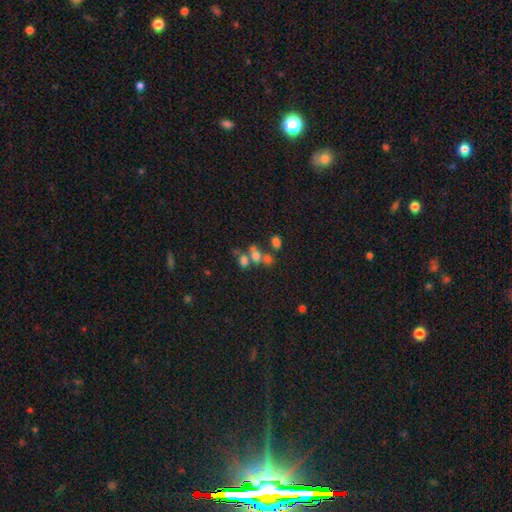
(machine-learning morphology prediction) smooth-or-featured: smooth: 59% | featured or disk: 22% | star or artifact: 19%
  how-rounded: in between: 51% | round: 46% | cigar-shaped: 3%
  merging: merger: 50% | none: 32% | minor disturbance: 9% | major disturbance: 9%